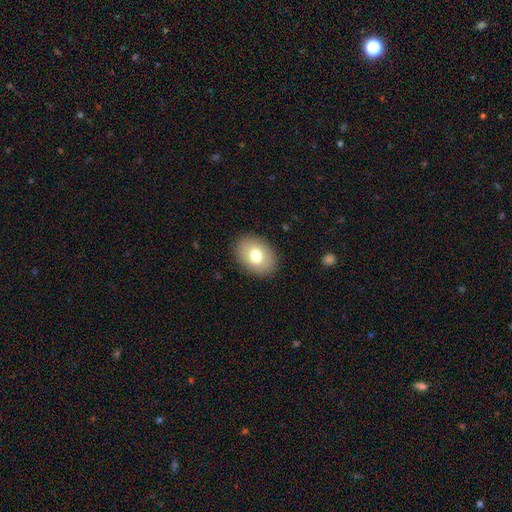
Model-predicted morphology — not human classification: The model was most divided on "how rounded": in between: 75%, round: 24%, cigar-shaped: 1%. More confident: merging — none (89%); smooth or featured — smooth (76%).